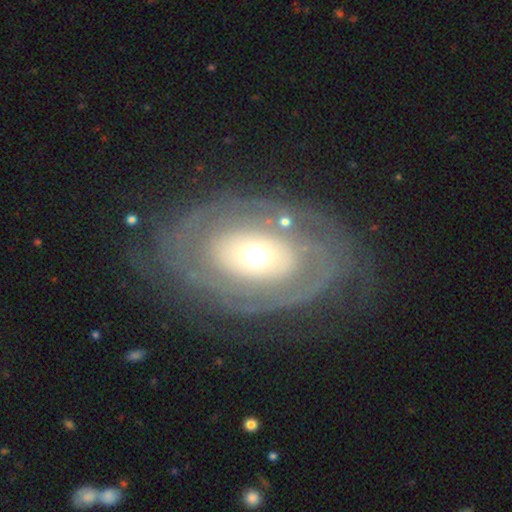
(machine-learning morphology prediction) A featured or disk galaxy (75%) with no bar (85%), spiral arms (55%) and a moderate central bulge (59%). Merging: none (72%).